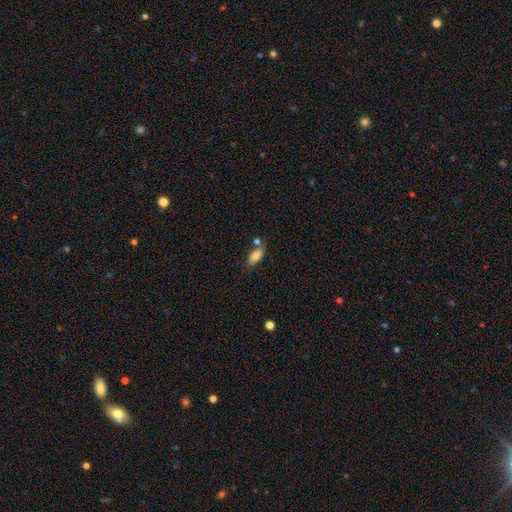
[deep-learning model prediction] Smooth or featured? smooth (80%)
How rounded? in between (84%)
Merging? none (63%)